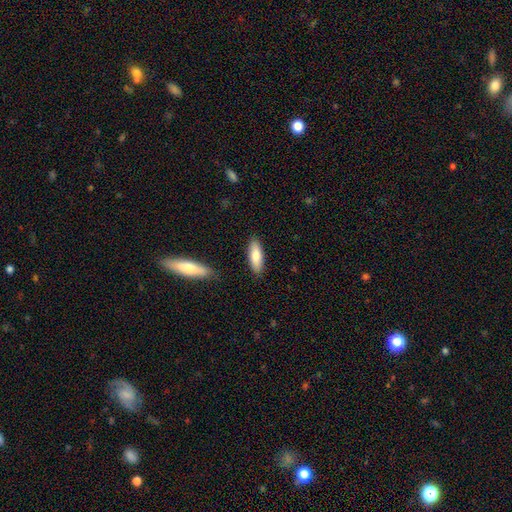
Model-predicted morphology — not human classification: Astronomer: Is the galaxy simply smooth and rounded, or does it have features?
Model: smooth — 80%.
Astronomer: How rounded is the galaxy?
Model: in between — 61% (runner-up: cigar-shaped, 37%).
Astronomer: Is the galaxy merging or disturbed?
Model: none — 86%.